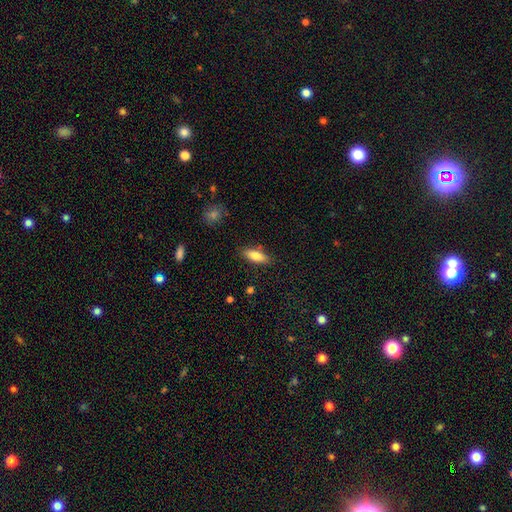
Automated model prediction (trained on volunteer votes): Overall: smooth (78%). How rounded: in between (69%; cigar-shaped 29%). Merging: none (84%).